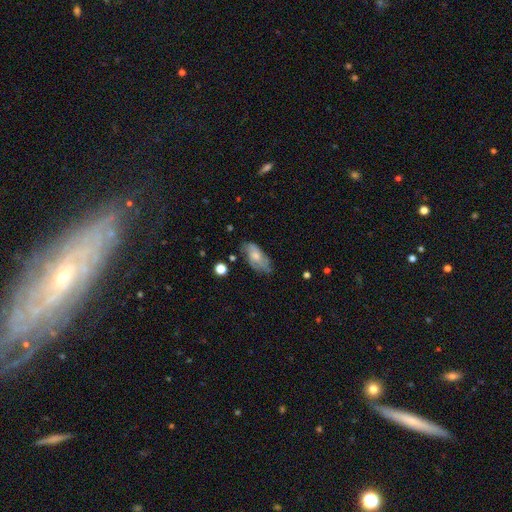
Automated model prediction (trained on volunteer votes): smooth 58%, featured or disk 35%, star or artifact 7%. Down the decision tree: how rounded — in between (90%); merging — none (59%).